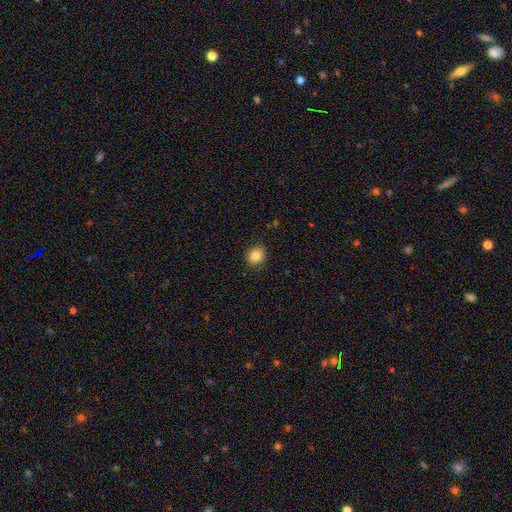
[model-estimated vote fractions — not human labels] smooth 83%, star or artifact 10%, featured or disk 7%. Down the decision tree: how rounded — round (78%); merging — none (90%).